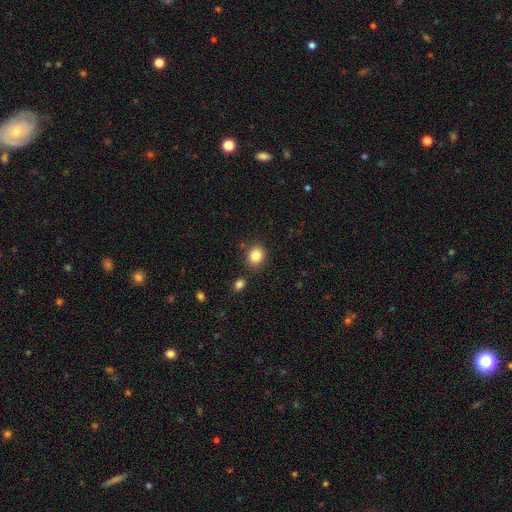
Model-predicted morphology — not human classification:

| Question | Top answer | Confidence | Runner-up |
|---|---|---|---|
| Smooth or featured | smooth | 85% | star or artifact (10%) |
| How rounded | round | 71% | in between (28%) |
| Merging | none | 84% | minor disturbance (9%) |